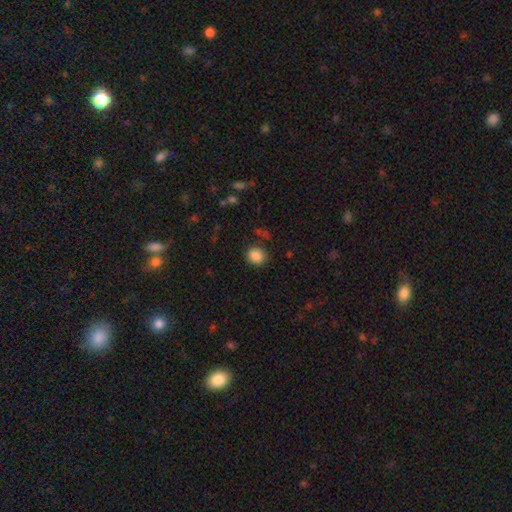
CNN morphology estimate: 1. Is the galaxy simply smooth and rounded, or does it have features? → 87% smooth, 10% star or artifact, 4% featured or disk.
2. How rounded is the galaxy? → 66% round, 33% in between, 1% cigar-shaped.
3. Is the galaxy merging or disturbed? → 82% none, 12% minor disturbance, 4% major disturbance, 2% merger.